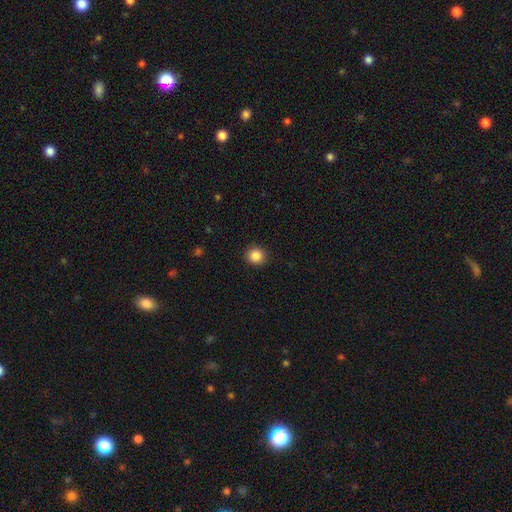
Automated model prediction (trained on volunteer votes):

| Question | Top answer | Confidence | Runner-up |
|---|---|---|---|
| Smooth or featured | smooth | 86% | star or artifact (10%) |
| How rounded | round | 86% | in between (13%) |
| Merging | none | 91% | minor disturbance (6%) |